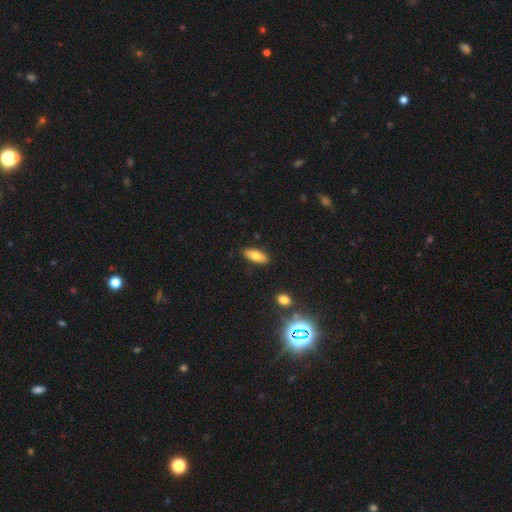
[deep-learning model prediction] Smooth or featured? smooth (74%)
How rounded? in between (77%)
Merging? none (88%)